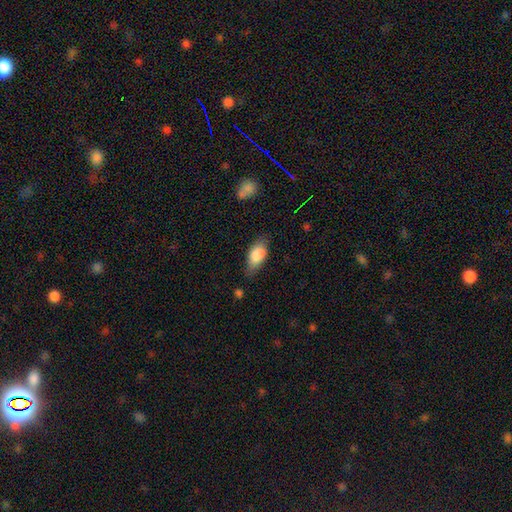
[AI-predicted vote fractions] Morphology: type=smooth (84%); roundness=in between (88%); merging=none (63%).